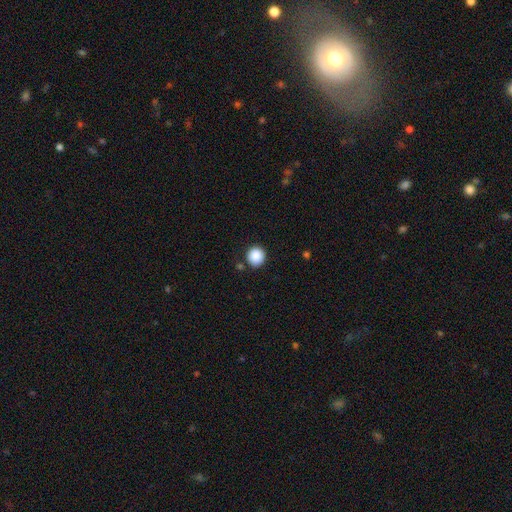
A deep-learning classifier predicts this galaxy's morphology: Smooth or featured? smooth (88%)
How rounded? round (93%)
Merging? none (87%)